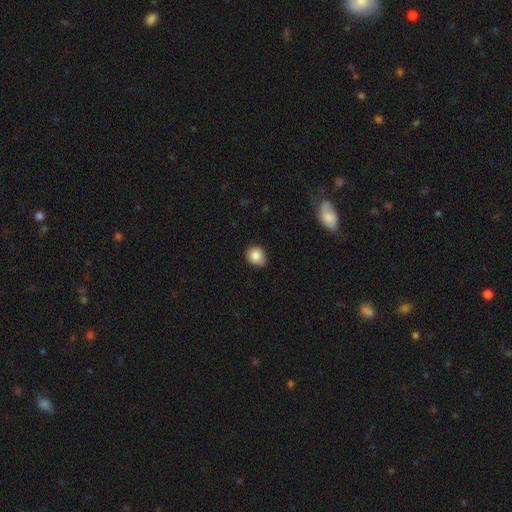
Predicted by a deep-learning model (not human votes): Smooth or featured?
  - smooth: 86% *
  - star or artifact: 9%
  - featured or disk: 5%
How rounded?
  - round: 71% *
  - in between: 28%
  - cigar-shaped: 1%
Merging?
  - none: 79% *
  - minor disturbance: 17%
  - major disturbance: 3%
  - merger: 1%